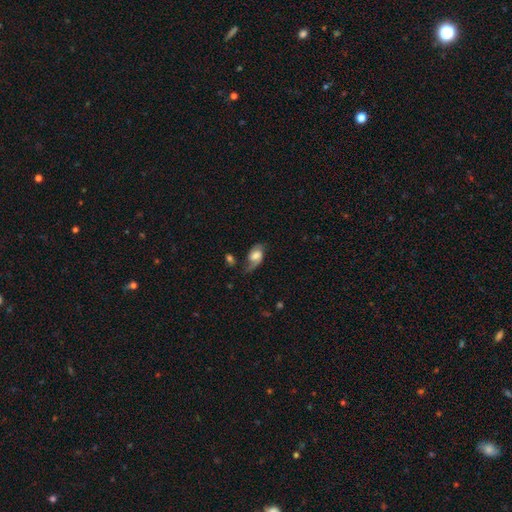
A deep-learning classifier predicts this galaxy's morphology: The model was most divided on "bulge size": large: 41%, moderate: 28%, small: 13%, none: 9%, dominant: 8%. Remaining: edge-on disk — no (95%); spiral arms — yes (87%); smooth or featured — featured or disk (56%); bar — no (53%); merging — none (45%).